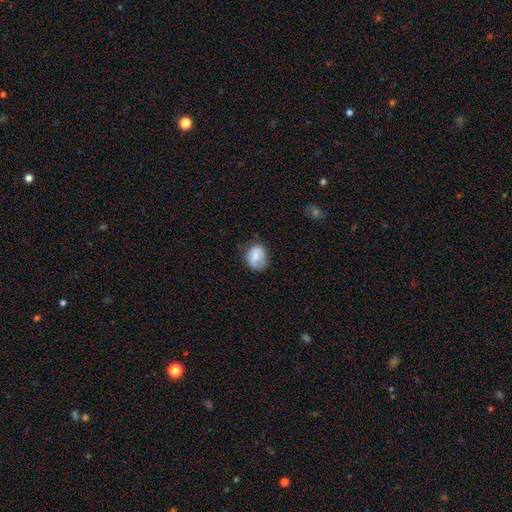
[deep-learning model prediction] This is likely a smooth galaxy (74%). How rounded: possibly round (52%). Merging: likely none (61%).